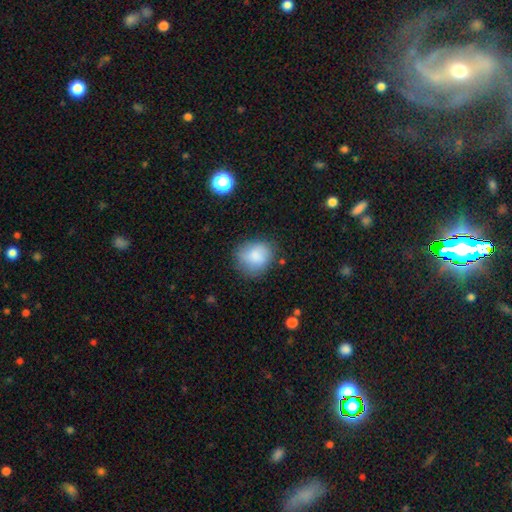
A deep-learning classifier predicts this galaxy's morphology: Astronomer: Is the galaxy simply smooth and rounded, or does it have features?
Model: smooth — 82%.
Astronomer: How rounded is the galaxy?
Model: round — 69%.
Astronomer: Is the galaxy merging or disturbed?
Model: none — 69%.